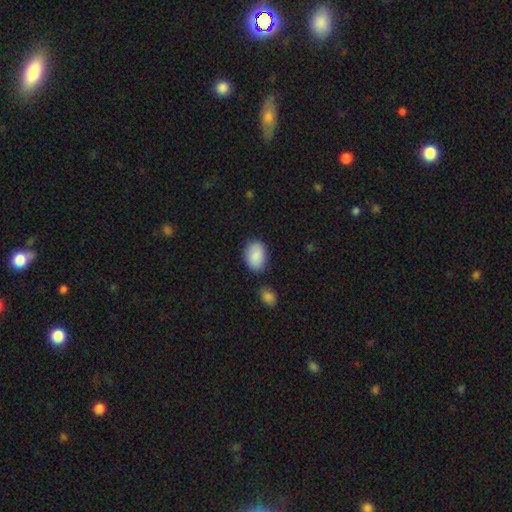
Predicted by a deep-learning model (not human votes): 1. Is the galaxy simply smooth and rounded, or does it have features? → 89% smooth, 7% star or artifact, 4% featured or disk.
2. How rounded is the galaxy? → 81% in between, 18% round, 1% cigar-shaped.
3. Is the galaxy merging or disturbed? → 75% none, 16% minor disturbance, 6% merger, 4% major disturbance.